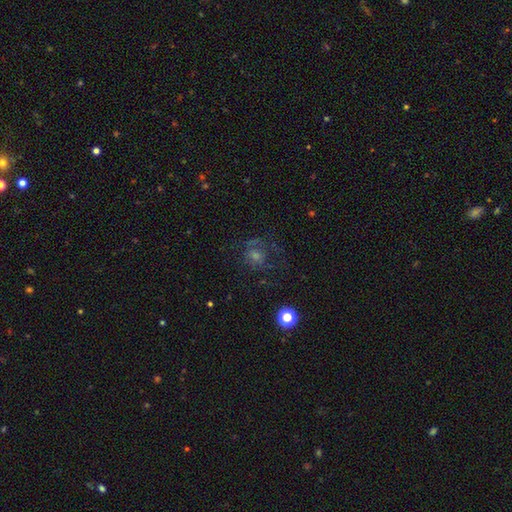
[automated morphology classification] Smooth or featured? Predicted: featured or disk (p=0.43). Merging? Predicted: none (p=0.55).